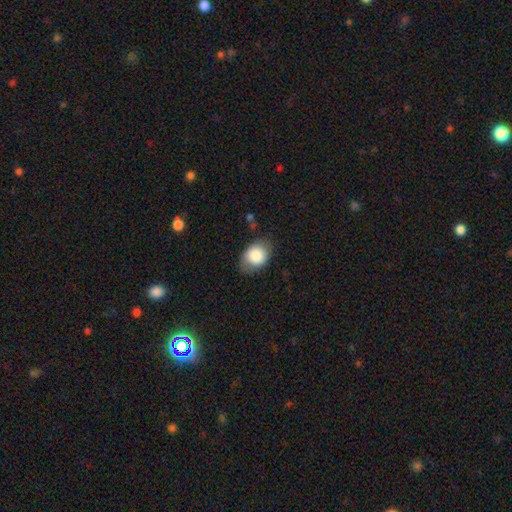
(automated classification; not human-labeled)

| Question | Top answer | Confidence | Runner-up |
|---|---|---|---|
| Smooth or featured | smooth | 85% | featured or disk (8%) |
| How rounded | in between | 68% | round (31%) |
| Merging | none | 72% | minor disturbance (21%) |